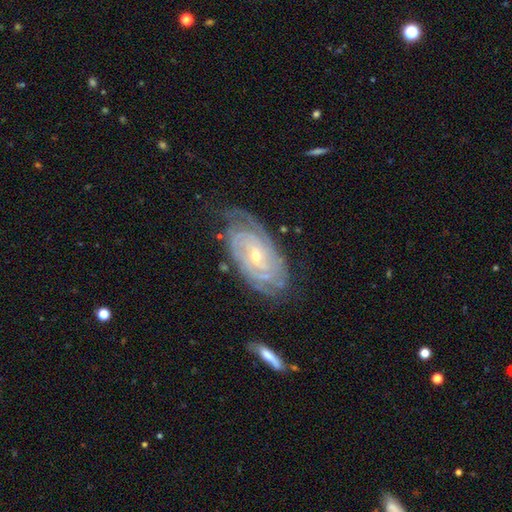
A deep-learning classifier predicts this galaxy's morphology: smooth_or_featured: featured or disk (p=0.88) [alt: smooth p=0.06]
disk_edge_on: no (p=0.95) [alt: yes p=0.05]
bar: no (p=0.59) [alt: weak p=0.30]
has_spiral_arms: yes (p=0.97) [alt: no p=0.03]
spiral_winding: tight (p=0.81) [alt: medium p=0.16]
spiral_arm_count: can't tell (p=0.33) [alt: 2 p=0.25]
bulge_size: small (p=0.57) [alt: moderate p=0.40]
merging: none (p=0.67) [alt: minor disturbance p=0.21]